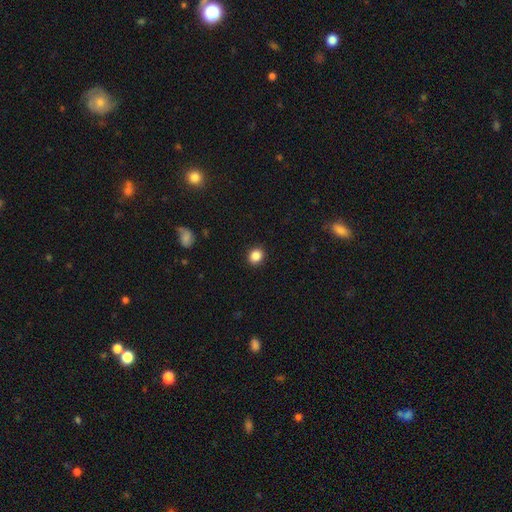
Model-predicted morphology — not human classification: smooth-or-featured: smooth: 87% | star or artifact: 10% | featured or disk: 3%
  how-rounded: round: 73% | in between: 26% | cigar-shaped: 1%
  merging: none: 92% | minor disturbance: 6% | major disturbance: 2% | merger: 1%